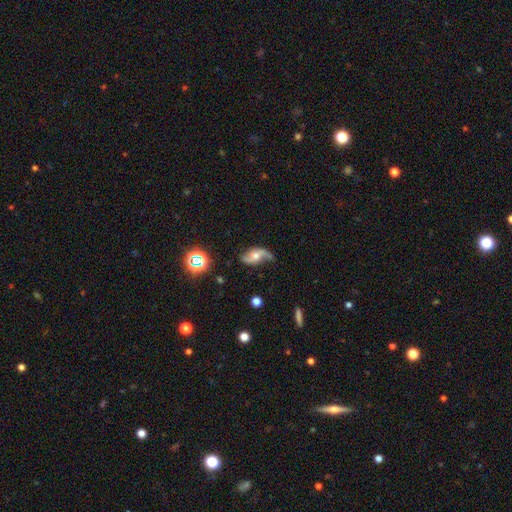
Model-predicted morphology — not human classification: Smooth or featured? Predicted: featured or disk (p=0.82). Edge-on disk? Predicted: no (p=0.96). Bar? Predicted: no (p=0.63). Spiral arms? Predicted: yes (p=0.94). Spiral winding? Predicted: loose (p=0.80). Spiral arm count? Predicted: 2 (p=0.90). Bulge size? Predicted: moderate (p=0.62). Merging? Predicted: none (p=0.65).